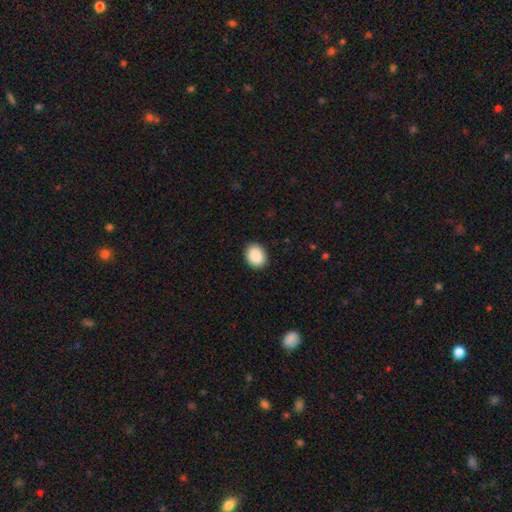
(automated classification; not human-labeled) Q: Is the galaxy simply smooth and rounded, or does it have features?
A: smooth — 90%.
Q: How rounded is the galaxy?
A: in between — 58%.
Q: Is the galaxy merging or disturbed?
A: none — 90%.